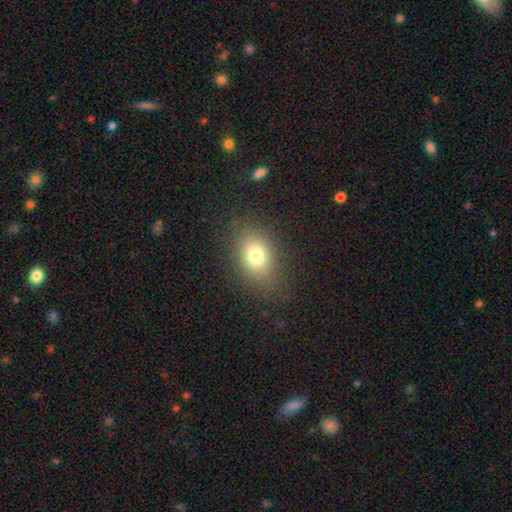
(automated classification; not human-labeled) Q: Smooth or featured?
A: smooth (75%); runner-up: star or artifact (13%)
Q: How rounded?
A: in between (69%); runner-up: round (30%)
Q: Merging?
A: none (80%); runner-up: minor disturbance (13%)